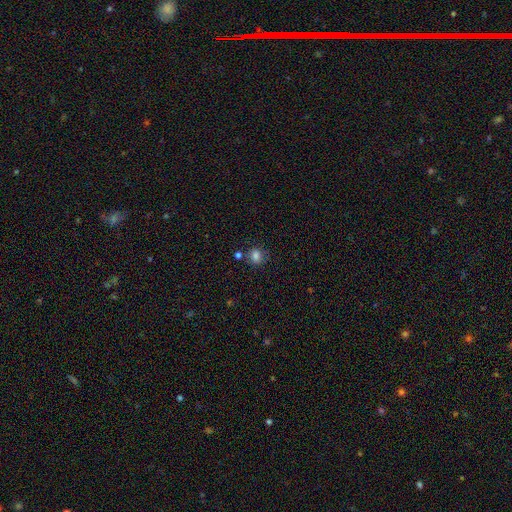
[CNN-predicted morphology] Smooth or featured? smooth (81%)
How rounded? round (69%)
Merging? none (73%)